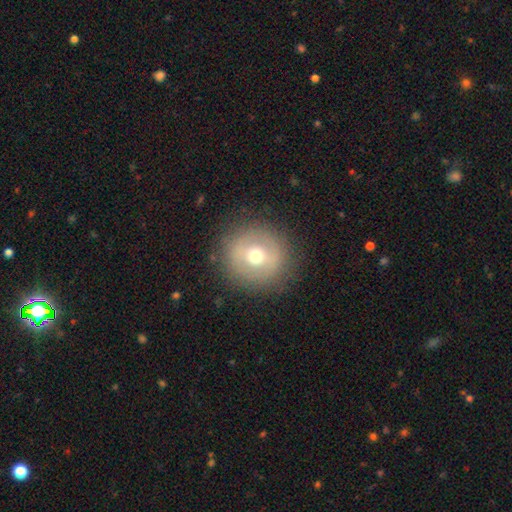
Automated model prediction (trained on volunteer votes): Overall: smooth (52%; featured or disk 38%). How rounded: round (93%). Merging: none (85%).